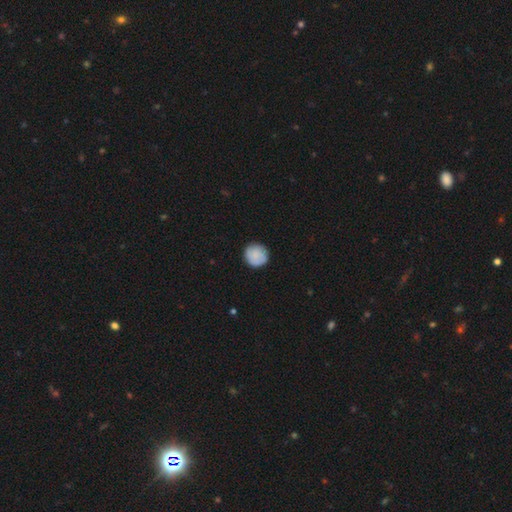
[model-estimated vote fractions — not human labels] Smooth or featured: smooth — 84% (featured or disk — 10%)
How rounded: round — 94% (in between — 5%)
Merging: none — 88% (minor disturbance — 9%)